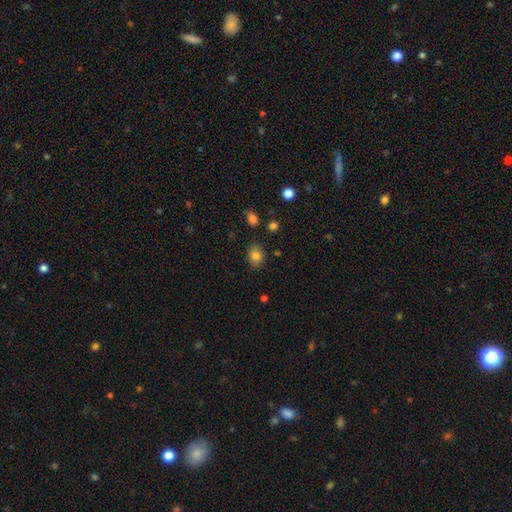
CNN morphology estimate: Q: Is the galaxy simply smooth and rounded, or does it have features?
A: smooth — 81%.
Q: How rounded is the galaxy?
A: in between — 65%.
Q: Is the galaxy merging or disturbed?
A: none — 82%.